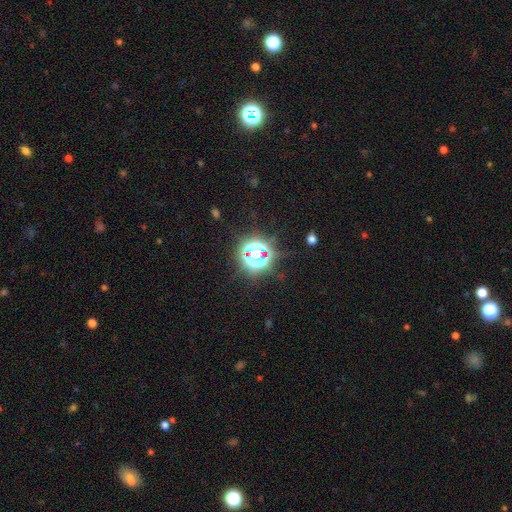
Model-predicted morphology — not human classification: star or artifact 70%, smooth 20%, featured or disk 10%.